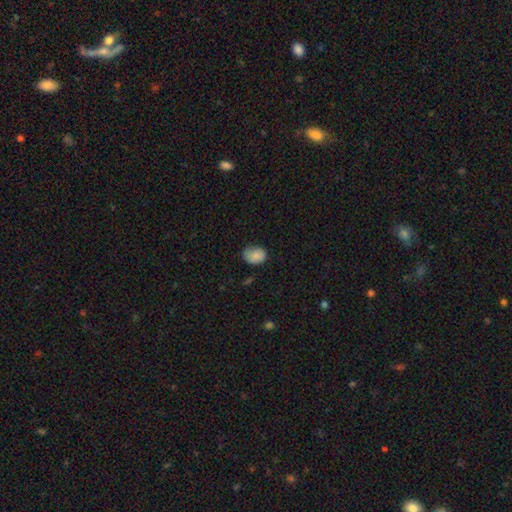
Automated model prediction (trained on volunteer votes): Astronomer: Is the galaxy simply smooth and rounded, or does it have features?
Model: smooth — 86%.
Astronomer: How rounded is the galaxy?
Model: in between — 66%.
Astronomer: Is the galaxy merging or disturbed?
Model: none — 68%.